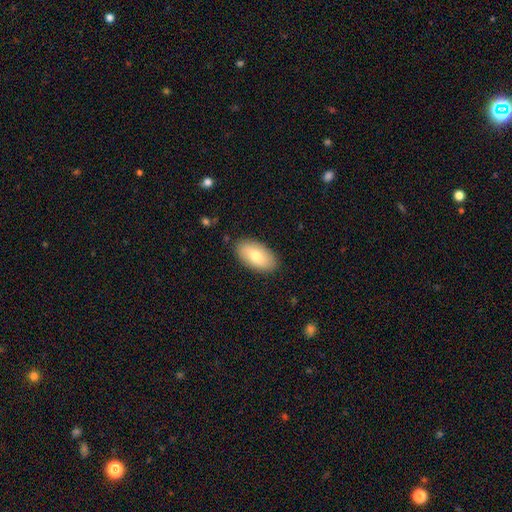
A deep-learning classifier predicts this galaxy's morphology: smooth_or_featured: smooth (p=0.74) [alt: featured or disk p=0.20]
how_rounded: in between (p=0.95) [alt: round p=0.03]
merging: none (p=0.87) [alt: minor disturbance p=0.10]